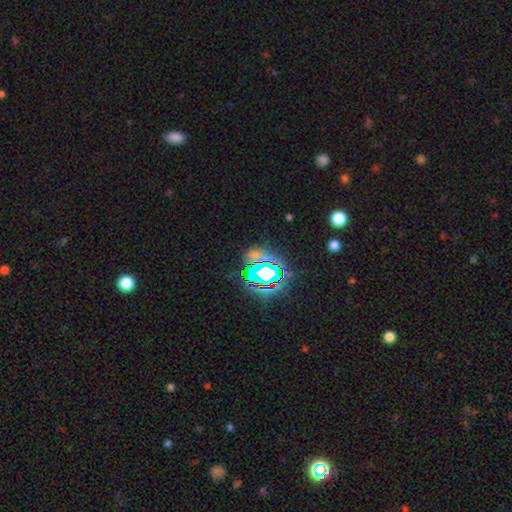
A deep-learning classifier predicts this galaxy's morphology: star or artifact 66%, smooth 21%, featured or disk 12%.